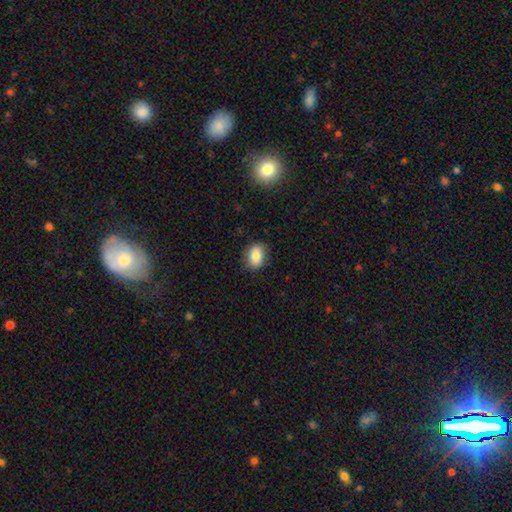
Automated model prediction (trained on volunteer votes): Smooth or featured?
  - smooth: 83% *
  - featured or disk: 9%
  - star or artifact: 8%
How rounded?
  - in between: 74% *
  - round: 24%
  - cigar-shaped: 2%
Merging?
  - none: 83% *
  - minor disturbance: 13%
  - major disturbance: 3%
  - merger: 1%